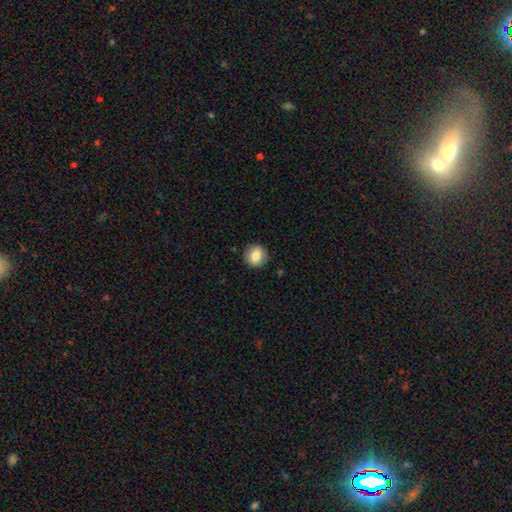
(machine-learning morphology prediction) Smooth or featured?
  - smooth: 80% *
  - featured or disk: 11%
  - star or artifact: 9%
How rounded?
  - round: 86% *
  - in between: 12%
  - cigar-shaped: 1%
Merging?
  - none: 89% *
  - minor disturbance: 8%
  - major disturbance: 2%
  - merger: 1%